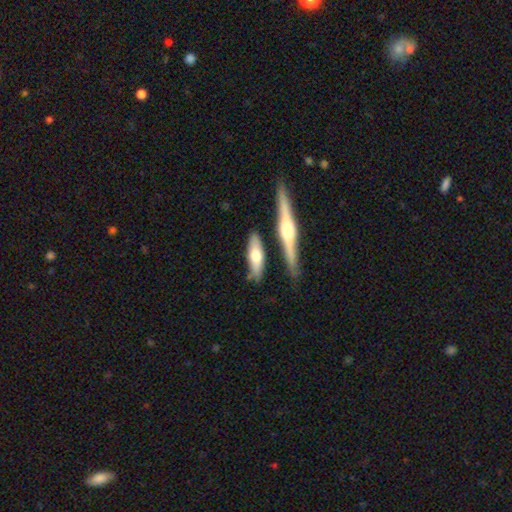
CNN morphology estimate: smooth-or-featured: smooth: 54% | featured or disk: 41% | star or artifact: 5%
  how-rounded: cigar-shaped: 56% | in between: 42% | round: 2%
  merging: none: 72% | minor disturbance: 14% | merger: 11% | major disturbance: 3%